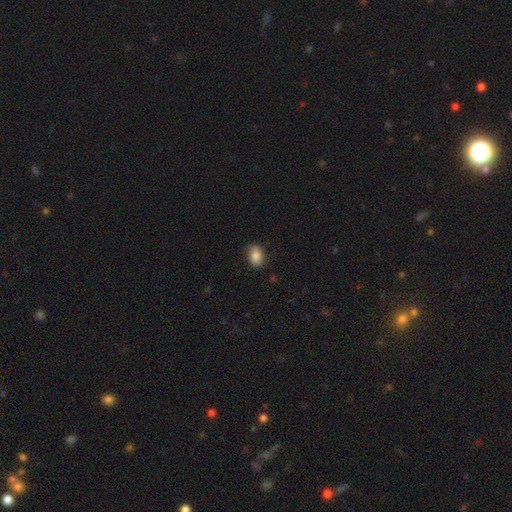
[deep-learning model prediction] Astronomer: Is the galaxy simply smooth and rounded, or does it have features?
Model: smooth — 84%.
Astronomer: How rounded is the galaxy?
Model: in between — 80%.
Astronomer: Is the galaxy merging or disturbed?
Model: none — 77%.